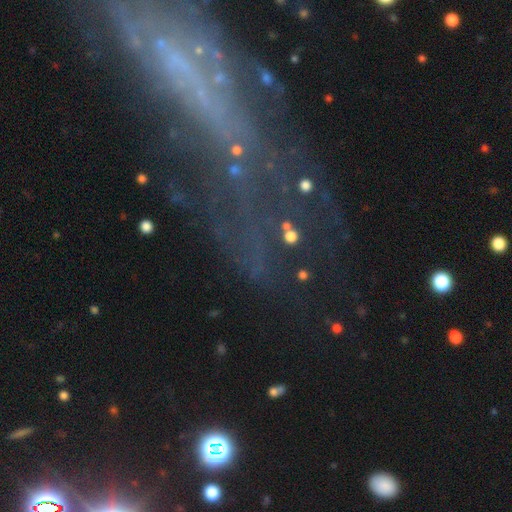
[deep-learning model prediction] Smooth or featured? star or artifact (42%)